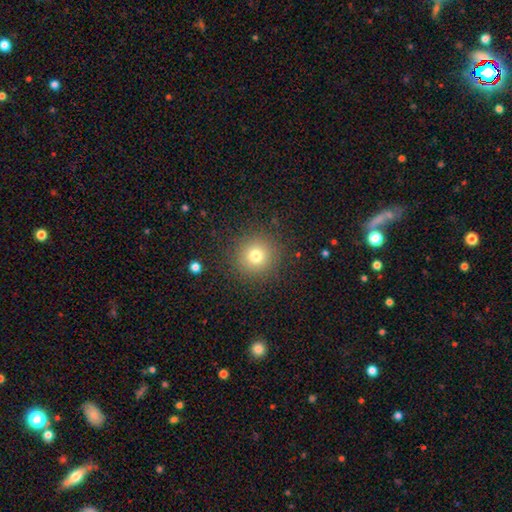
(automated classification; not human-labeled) Smooth or featured? smooth (76%)
How rounded? round (95%)
Merging? none (89%)